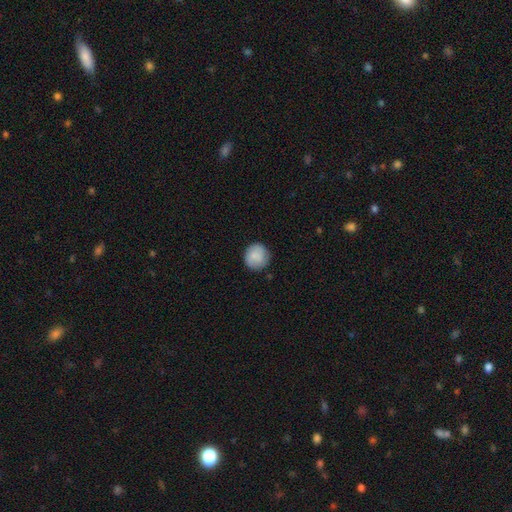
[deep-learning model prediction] Morphology: type=smooth (84%); roundness=round (93%); merging=none (85%).